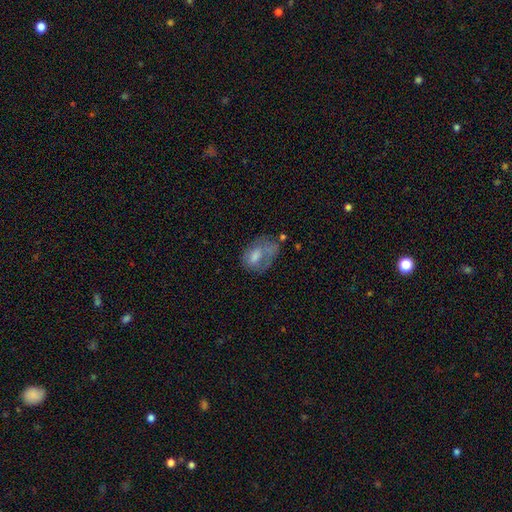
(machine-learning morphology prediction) Smooth or featured?
  - smooth: 48% *
  - featured or disk: 40%
  - star or artifact: 12%
Merging?
  - none: 35% *
  - major disturbance: 32%
  - minor disturbance: 24%
  - merger: 9%